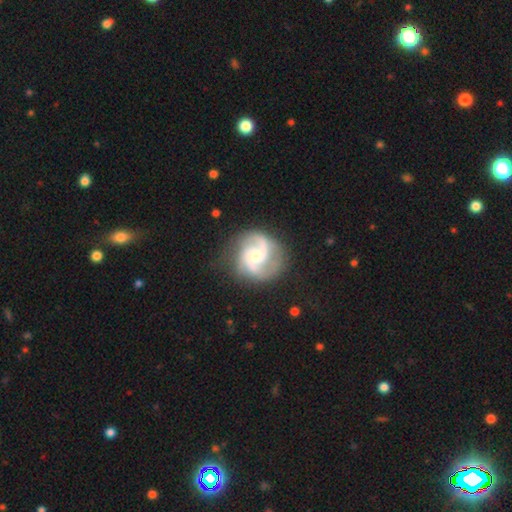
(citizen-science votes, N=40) A featured or disk galaxy (92%) with a weak bar (46%), 2 (72%) medium (67%) spiral arms (97%) and a small central bulge (65%). Merging: none (61%).